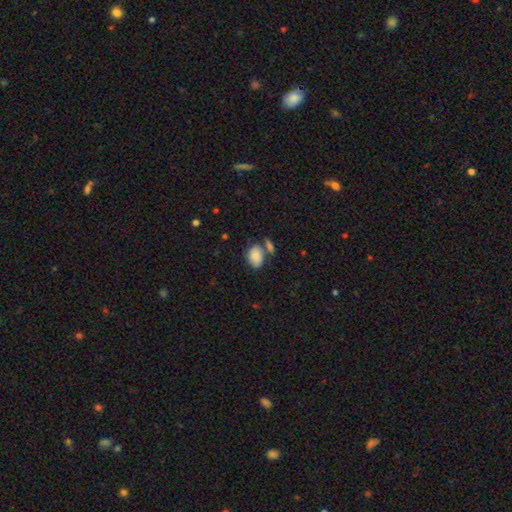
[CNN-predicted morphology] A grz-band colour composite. It shows a smooth galaxy with no disk features (86%) that is in between round and cigar-shaped (84%). Merging: none (52%).